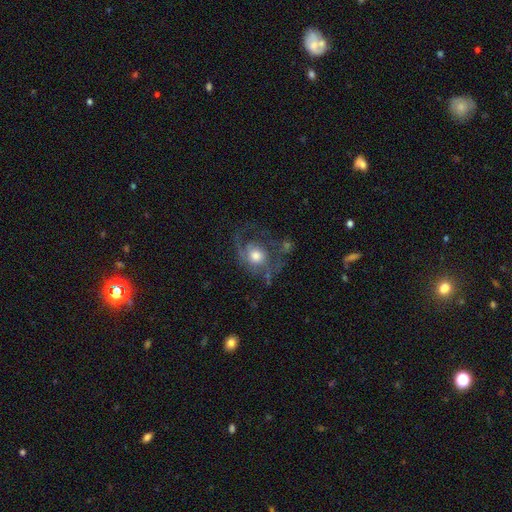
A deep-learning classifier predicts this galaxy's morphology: smooth_or_featured: featured or disk (p=0.60) [alt: smooth p=0.32]
disk_edge_on: no (p=0.96) [alt: yes p=0.04]
bar: no (p=0.80) [alt: weak p=0.17]
has_spiral_arms: yes (p=0.70) [alt: no p=0.30]
bulge_size: moderate (p=0.56) [alt: large p=0.32]
merging: none (p=0.40) [alt: major disturbance p=0.34]